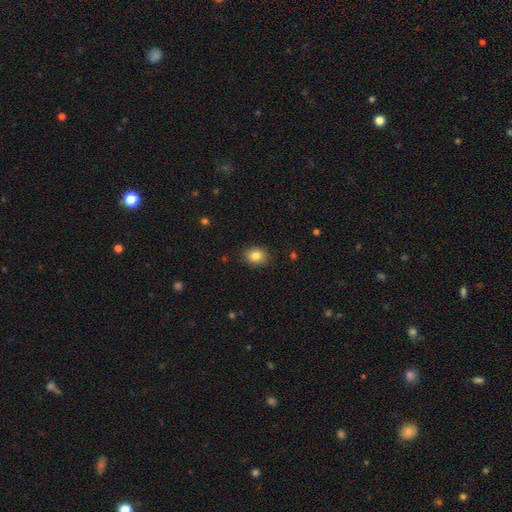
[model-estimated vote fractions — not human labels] smooth-or-featured: smooth: 84% | star or artifact: 9% | featured or disk: 6%
  how-rounded: in between: 54% | round: 45% | cigar-shaped: 1%
  merging: none: 86% | minor disturbance: 10% | major disturbance: 2% | merger: 1%